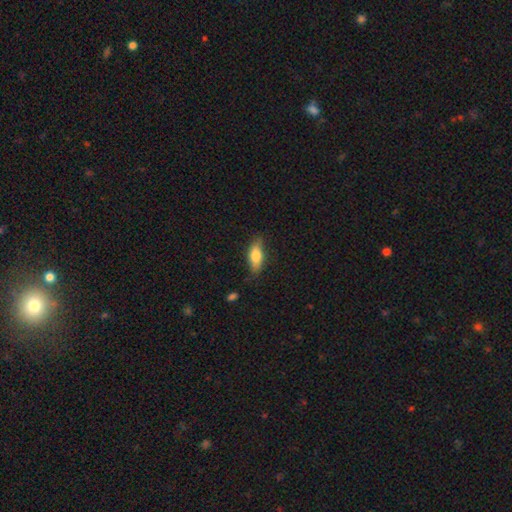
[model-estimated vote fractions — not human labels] smooth_or_featured: smooth (p=0.71) [alt: featured or disk p=0.22]
how_rounded: in between (p=0.70) [alt: cigar-shaped p=0.27]
merging: none (p=0.77) [alt: minor disturbance p=0.18]